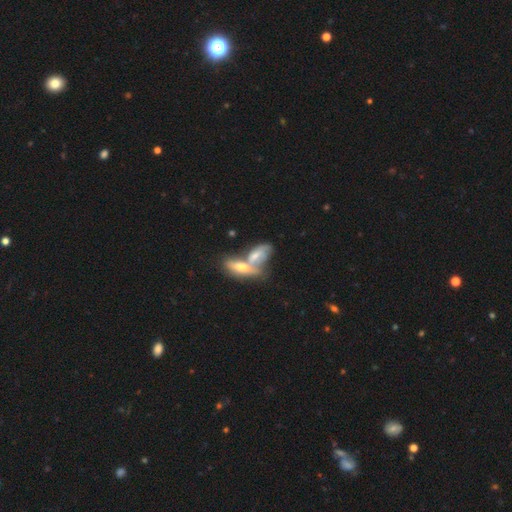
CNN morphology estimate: A smooth galaxy with no disk features (53%) that is in between round and cigar-shaped (78%).

Vote fractions:
- Smooth or featured? smooth: 53% / featured or disk: 40% / star or artifact: 7%
- How rounded? in between: 78% / cigar-shaped: 18% / round: 4%
- Merging? merger: 68% / none: 19% / minor disturbance: 8% / major disturbance: 5%